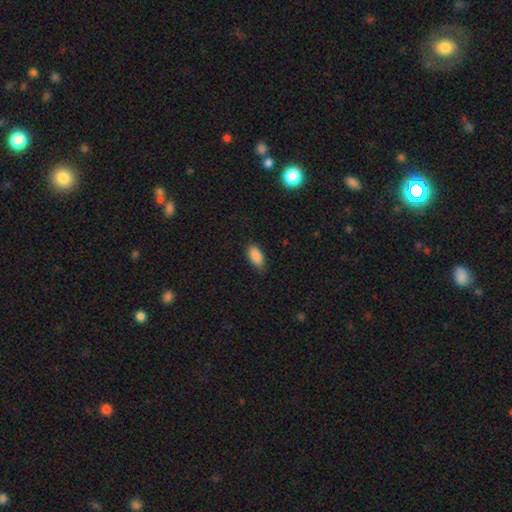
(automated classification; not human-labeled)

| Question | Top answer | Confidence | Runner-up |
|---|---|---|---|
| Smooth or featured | smooth | 89% | star or artifact (7%) |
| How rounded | in between | 90% | cigar-shaped (8%) |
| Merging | none | 83% | minor disturbance (13%) |